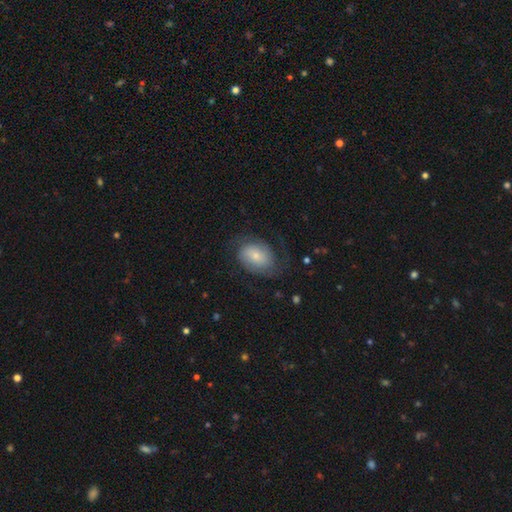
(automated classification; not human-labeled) Overall: featured or disk (52%; smooth 40%). Edge-on disk: no (96%). Bar: no (64%; weak 28%). Spiral arms: yes (85%). Bulge size: small (61%; moderate 27%). Merging: none (58%; minor disturbance 20%).